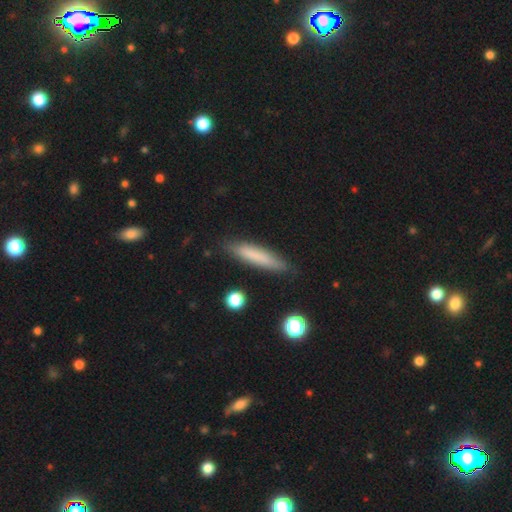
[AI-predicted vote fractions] Q: Smooth or featured?
A: smooth (76%); runner-up: featured or disk (18%)
Q: How rounded?
A: cigar-shaped (88%); runner-up: in between (10%)
Q: Merging?
A: none (86%); runner-up: minor disturbance (10%)